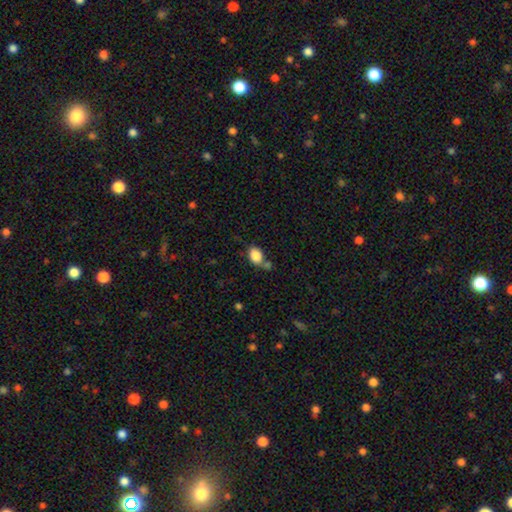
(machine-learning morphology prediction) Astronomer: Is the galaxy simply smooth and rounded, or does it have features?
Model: smooth — 86%.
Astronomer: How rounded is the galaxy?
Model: in between — 74%.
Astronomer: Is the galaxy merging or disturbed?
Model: none — 52%.